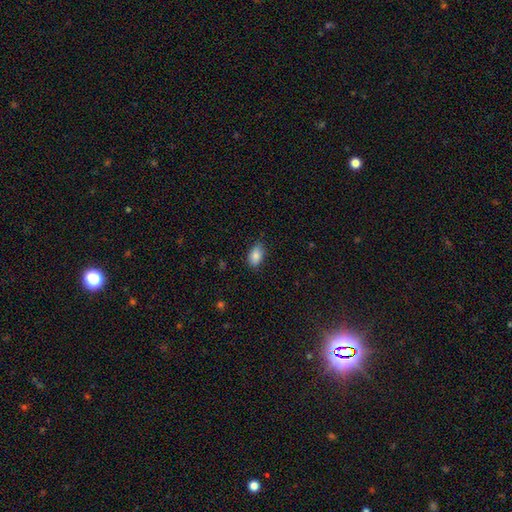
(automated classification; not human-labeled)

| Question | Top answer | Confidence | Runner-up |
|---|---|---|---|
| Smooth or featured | smooth | 85% | star or artifact (8%) |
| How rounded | in between | 90% | round (7%) |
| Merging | none | 74% | minor disturbance (22%) |